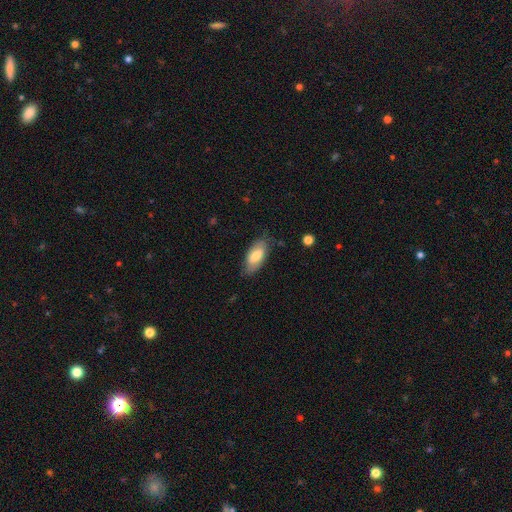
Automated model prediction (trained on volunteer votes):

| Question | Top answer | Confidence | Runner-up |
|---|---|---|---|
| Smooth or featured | smooth | 70% | featured or disk (23%) |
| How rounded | in between | 88% | cigar-shaped (10%) |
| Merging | none | 73% | minor disturbance (21%) |